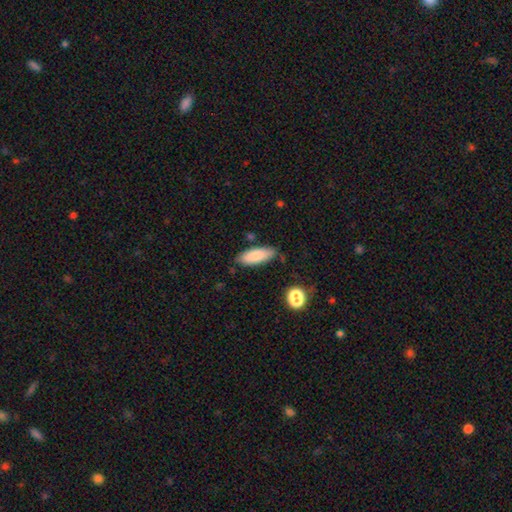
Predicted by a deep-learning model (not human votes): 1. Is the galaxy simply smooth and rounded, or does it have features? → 83% smooth, 10% featured or disk, 6% star or artifact.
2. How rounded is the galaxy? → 68% in between, 31% cigar-shaped, 2% round.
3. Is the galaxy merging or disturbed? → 78% none, 16% minor disturbance, 3% merger, 3% major disturbance.